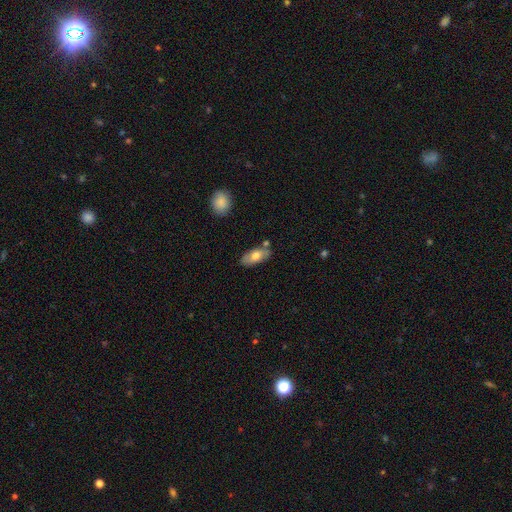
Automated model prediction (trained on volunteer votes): Smooth or featured?
  - smooth: 68% *
  - featured or disk: 26%
  - star or artifact: 6%
How rounded?
  - in between: 88% *
  - cigar-shaped: 9%
  - round: 3%
Merging?
  - none: 77% *
  - minor disturbance: 14%
  - merger: 6%
  - major disturbance: 3%